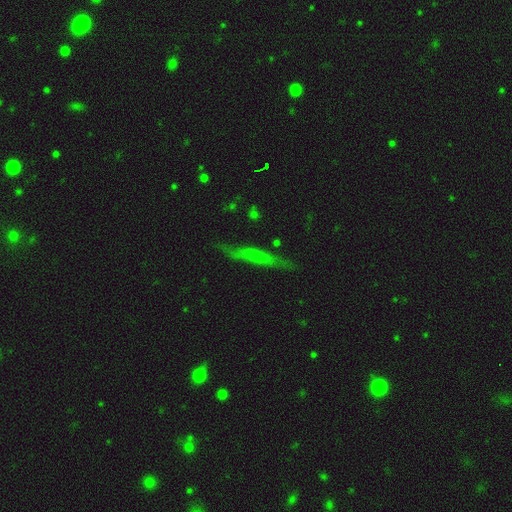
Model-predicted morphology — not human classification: smooth_or_featured: smooth (p=0.48) [alt: featured or disk p=0.41]
merging: none (p=0.75) [alt: minor disturbance p=0.18]